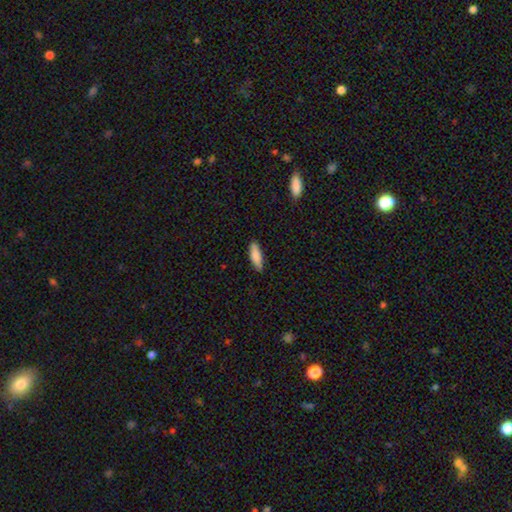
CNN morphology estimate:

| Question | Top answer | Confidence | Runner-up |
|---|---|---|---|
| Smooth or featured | smooth | 81% | featured or disk (13%) |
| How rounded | in between | 50% | cigar-shaped (49%) |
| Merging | none | 84% | minor disturbance (12%) |